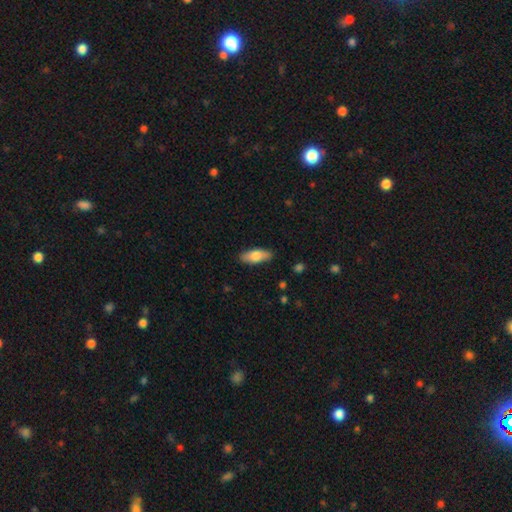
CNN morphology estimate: Overall: smooth (75%). How rounded: in between (76%). Merging: none (86%).